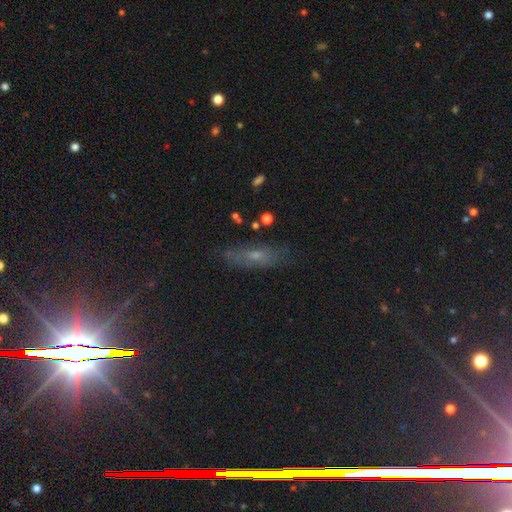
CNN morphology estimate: A smooth galaxy with no disk features (41%).

Vote fractions:
- Smooth or featured? smooth: 41% / featured or disk: 33% / star or artifact: 27%
- Merging? none: 75% / minor disturbance: 17% / major disturbance: 6% / merger: 3%